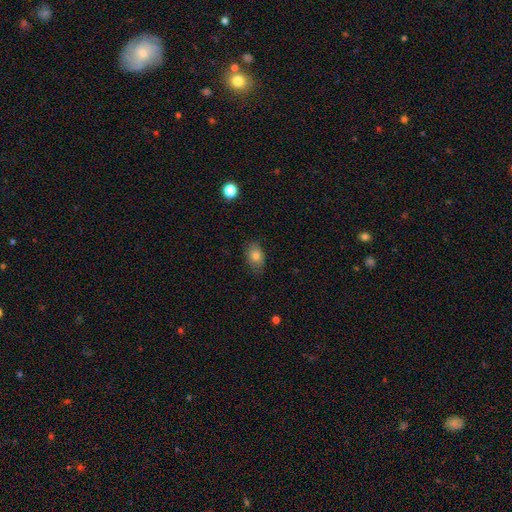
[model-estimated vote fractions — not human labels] A smooth galaxy with no disk features (79%) that is in between round and cigar-shaped (80%). Merging: none (75%).